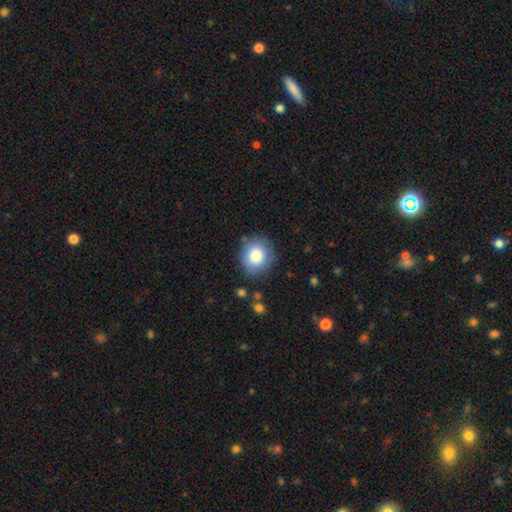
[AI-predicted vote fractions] This appears to be a smooth galaxy with no disk features (82%) that is round (83%). Merging: none (83%).